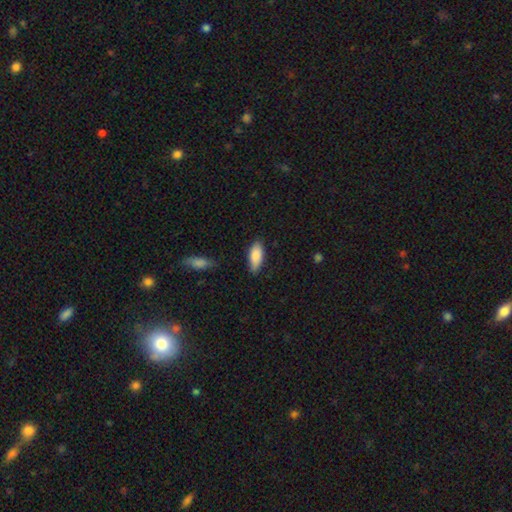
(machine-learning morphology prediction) type=smooth (87%); roundness=in between (83%); merging=none (78%).